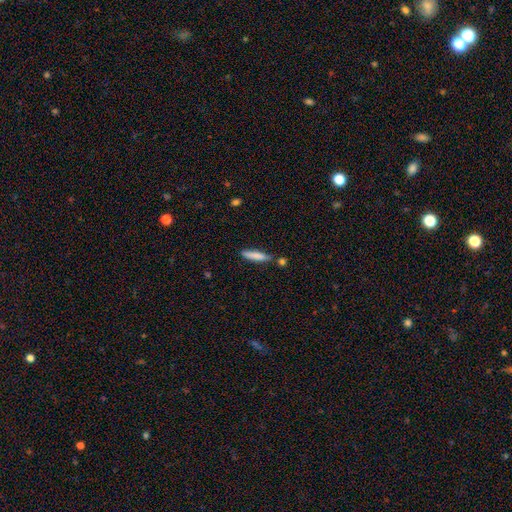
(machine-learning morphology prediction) Q: Smooth or featured?
A: smooth (80%); runner-up: featured or disk (14%)
Q: How rounded?
A: cigar-shaped (87%); runner-up: in between (11%)
Q: Merging?
A: none (75%); runner-up: minor disturbance (15%)